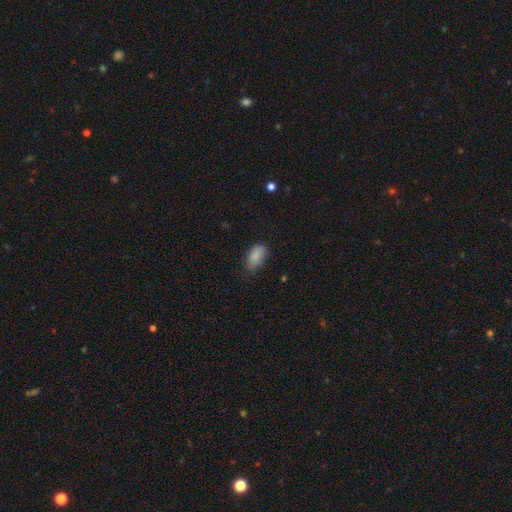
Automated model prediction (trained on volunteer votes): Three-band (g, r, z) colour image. It shows a smooth galaxy with no disk features (87%) that is in between round and cigar-shaped (93%). Merging: none (67%).